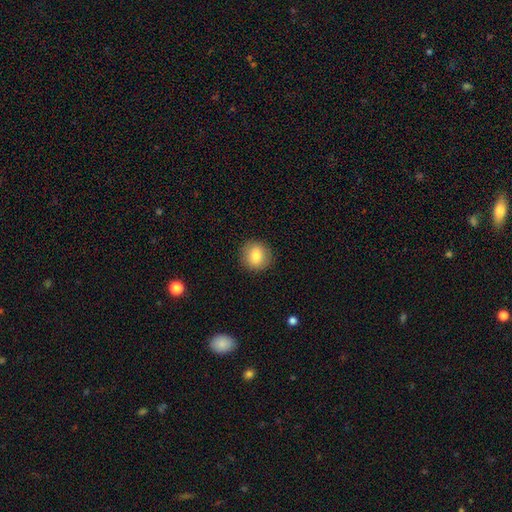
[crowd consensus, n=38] Volunteers were most divided on "smooth or featured": smooth: 74%, featured or disk: 21%, star or artifact: 5%. More confident: how rounded — round (100%); merging — none (94%).